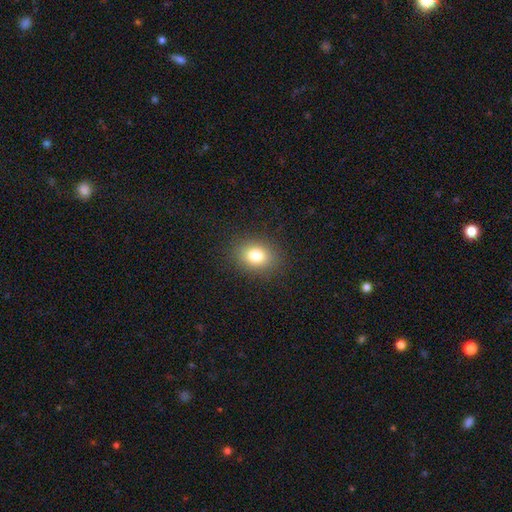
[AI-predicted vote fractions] The model was most divided on "how rounded": in between: 62%, round: 37%, cigar-shaped: 1%. More confident: merging — none (87%); smooth or featured — smooth (81%).